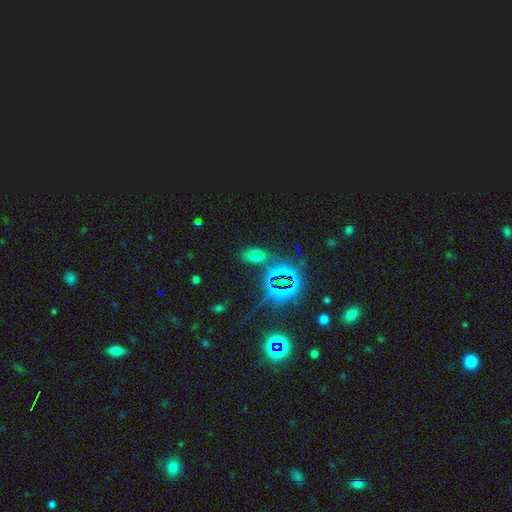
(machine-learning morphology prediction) A star or artifact, not a galaxy (53%).